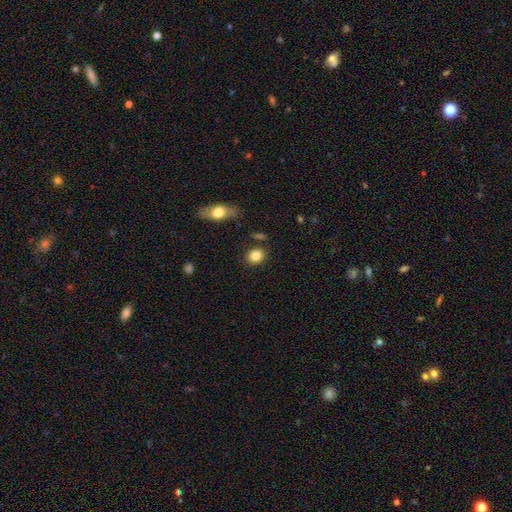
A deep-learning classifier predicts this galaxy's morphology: A smooth galaxy with no disk features (84%) that is round (64%). Merging: none (85%).